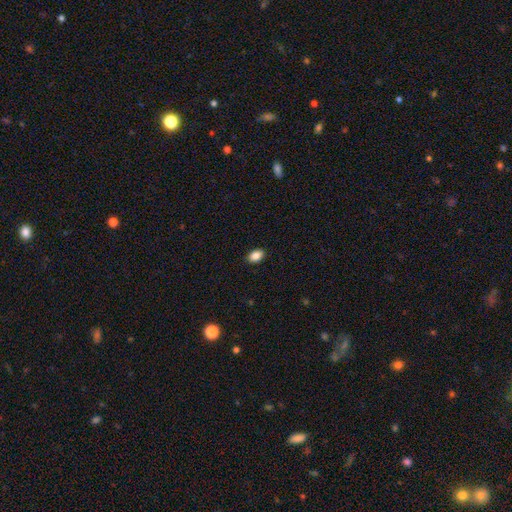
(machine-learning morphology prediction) Smooth or featured?
  - smooth: 87% *
  - star or artifact: 8%
  - featured or disk: 4%
How rounded?
  - in between: 85% *
  - round: 13%
  - cigar-shaped: 1%
Merging?
  - none: 90% *
  - minor disturbance: 7%
  - major disturbance: 2%
  - merger: 1%